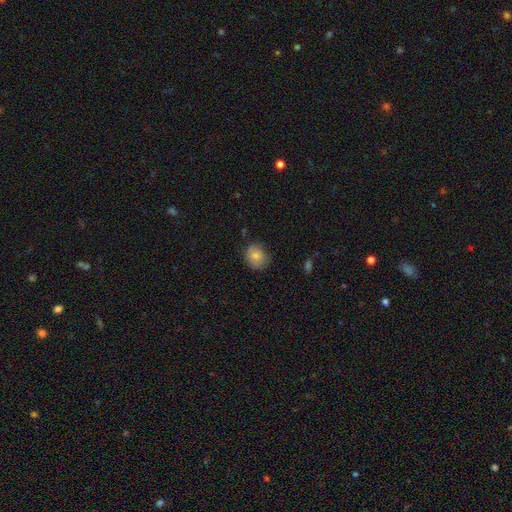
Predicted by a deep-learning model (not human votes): A smooth galaxy with no disk features (82%) that is round (68%).

Vote fractions:
- Smooth or featured? smooth: 82% / featured or disk: 9% / star or artifact: 9%
- How rounded? round: 68% / in between: 31% / cigar-shaped: 1%
- Merging? none: 75% / minor disturbance: 20% / major disturbance: 4% / merger: 1%